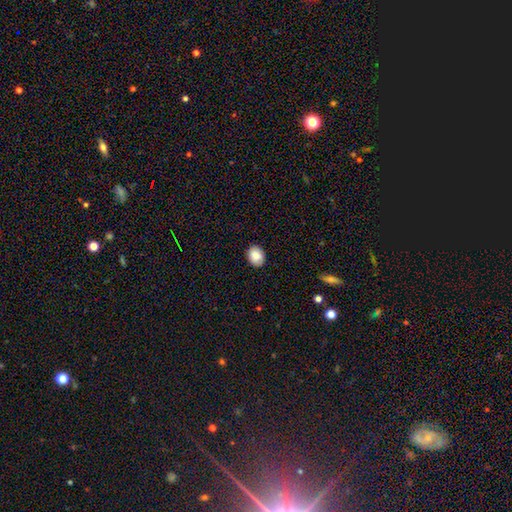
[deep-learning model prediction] This is clearly a smooth galaxy (87%). How rounded: possibly in between (58%). Merging: clearly none (88%).